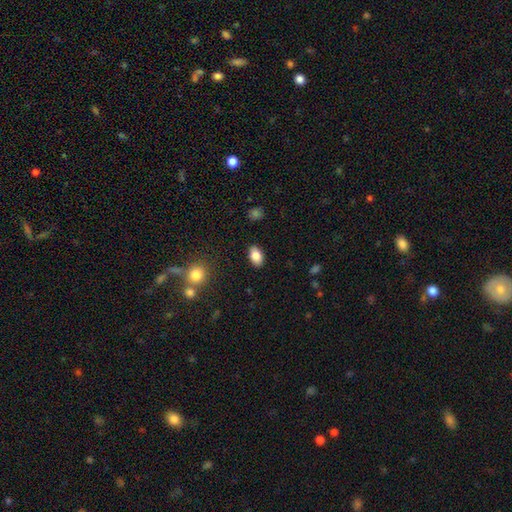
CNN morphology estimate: smooth 85%, star or artifact 8%, featured or disk 7%. Down the decision tree: how rounded — in between (90%); merging — none (88%).